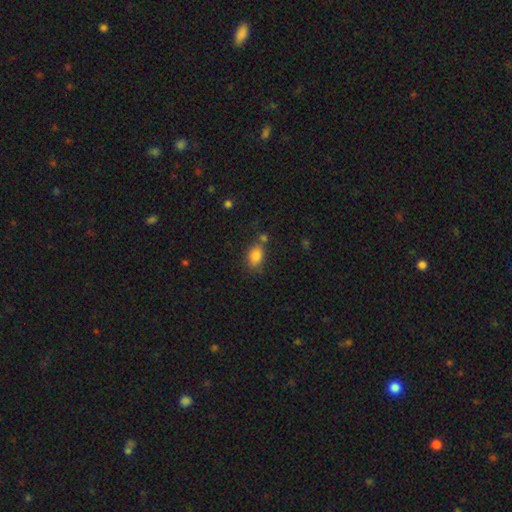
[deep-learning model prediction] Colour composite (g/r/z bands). It shows a smooth galaxy with no disk features (84%) that is in between round and cigar-shaped (82%). Merging: none (64%).